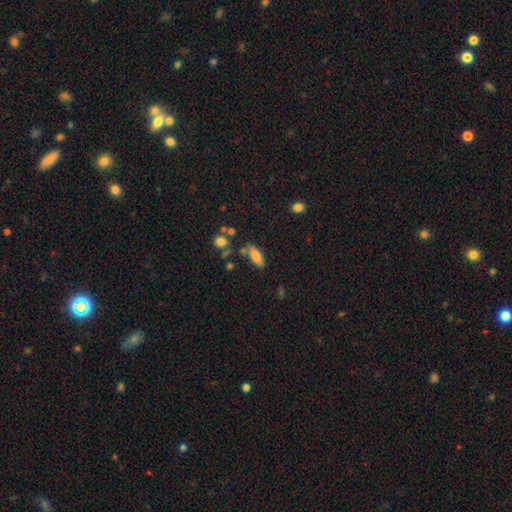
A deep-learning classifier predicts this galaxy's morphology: This is likely a smooth galaxy (79%). How rounded: likely in between (80%). Merging: likely none (65%).